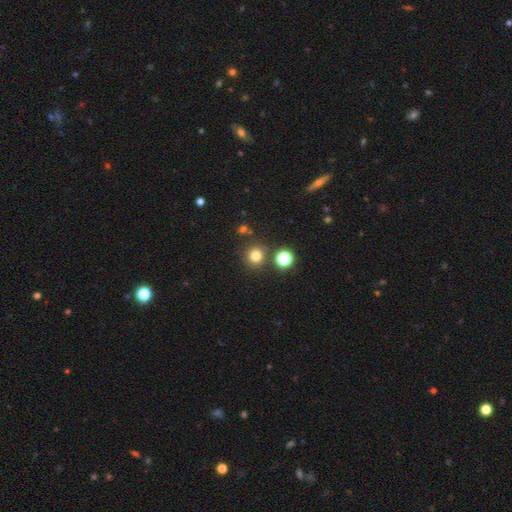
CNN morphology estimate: A smooth galaxy with no disk features (77%) that is round (92%).

Vote fractions:
- Smooth or featured? smooth: 77% / star or artifact: 17% / featured or disk: 6%
- How rounded? round: 92% / in between: 7% / cigar-shaped: 1%
- Merging? none: 83% / minor disturbance: 7% / merger: 7% / major disturbance: 3%